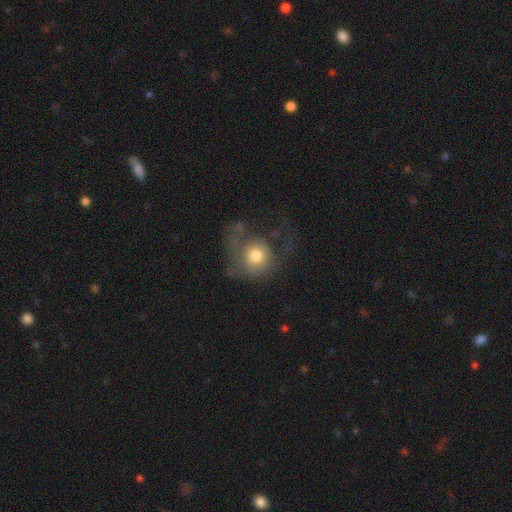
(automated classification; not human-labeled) Q: Smooth or featured?
A: smooth (65%); runner-up: featured or disk (26%)
Q: How rounded?
A: round (83%); runner-up: in between (16%)
Q: Merging?
A: major disturbance (49%); runner-up: none (28%)